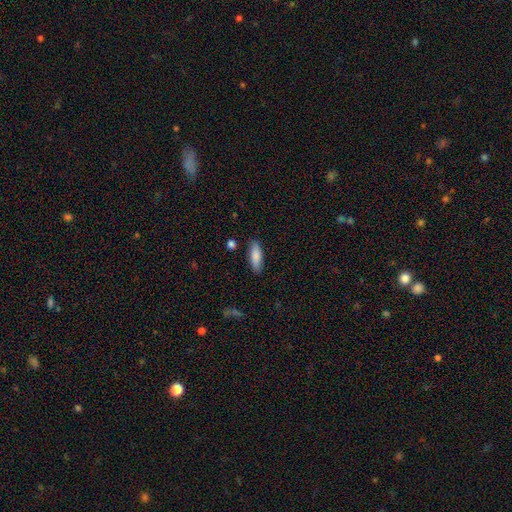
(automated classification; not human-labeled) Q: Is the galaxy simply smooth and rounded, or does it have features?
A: smooth — 82%.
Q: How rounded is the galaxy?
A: in between — 57%.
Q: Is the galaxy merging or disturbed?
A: none — 86%.